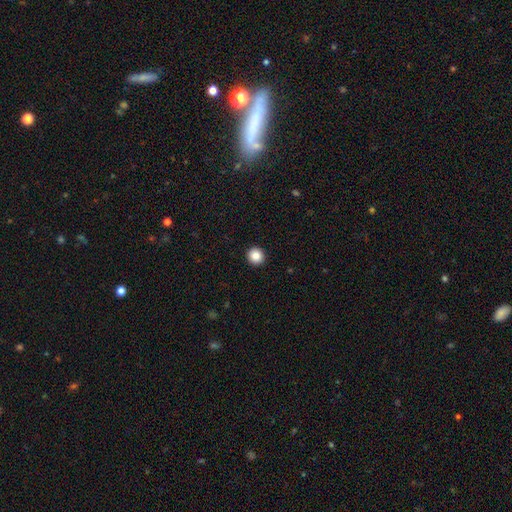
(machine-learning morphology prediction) Smooth or featured: smooth — 85% (star or artifact — 10%)
How rounded: round — 95% (in between — 4%)
Merging: none — 94% (minor disturbance — 4%)